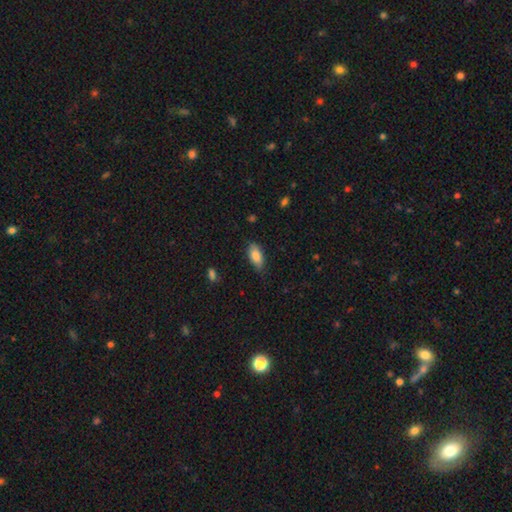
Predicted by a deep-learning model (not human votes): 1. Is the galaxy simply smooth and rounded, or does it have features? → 85% smooth, 9% featured or disk, 7% star or artifact.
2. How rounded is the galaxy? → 87% in between, 10% cigar-shaped, 3% round.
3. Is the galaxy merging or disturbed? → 74% none, 21% minor disturbance, 4% major disturbance, 1% merger.